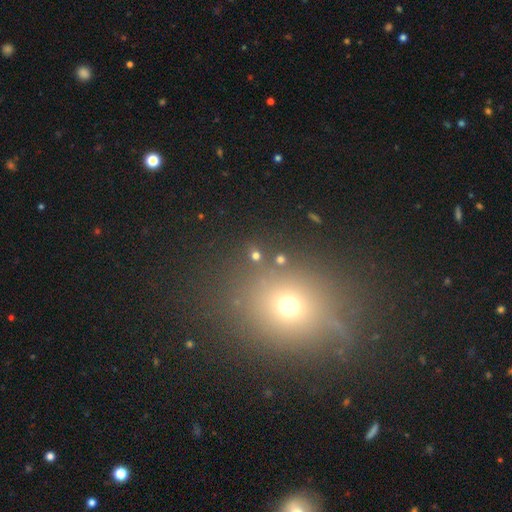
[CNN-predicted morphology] This is likely a smooth galaxy (64%). How rounded: likely round (75%). Merging: clearly none (83%).